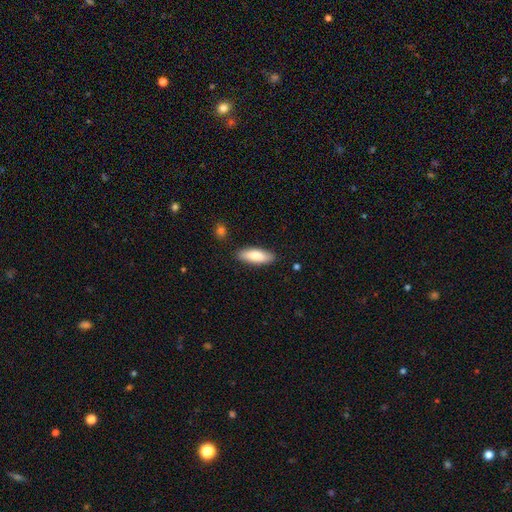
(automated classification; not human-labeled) The model was most divided on "how rounded": in between: 63%, cigar-shaped: 36%, round: 2%. More confident: merging — none (86%); smooth or featured — smooth (82%).